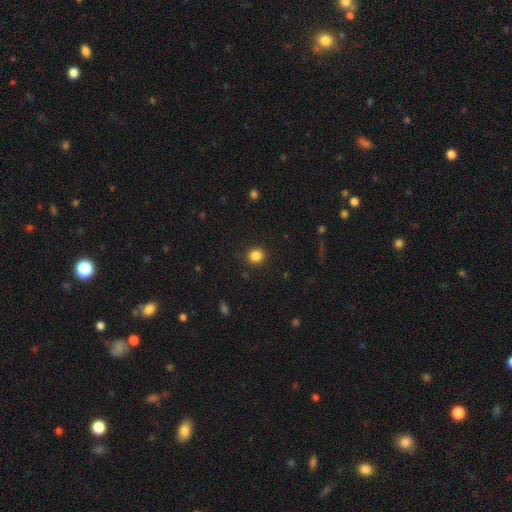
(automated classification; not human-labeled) smooth-or-featured: smooth: 84% | star or artifact: 12% | featured or disk: 4%
  how-rounded: round: 90% | in between: 9% | cigar-shaped: 1%
  merging: none: 90% | minor disturbance: 7% | major disturbance: 2% | merger: 1%